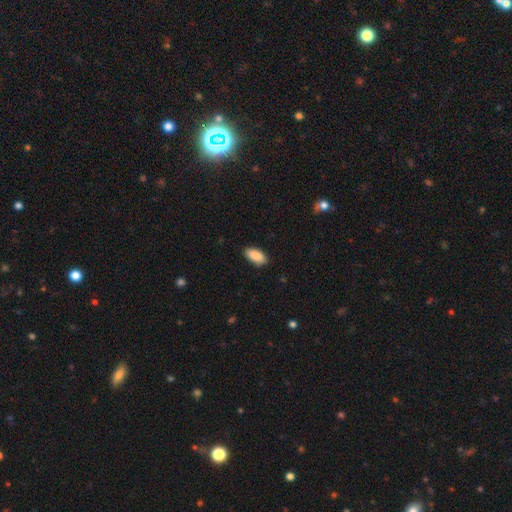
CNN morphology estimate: type=smooth (90%); roundness=in between (91%); merging=none (86%).